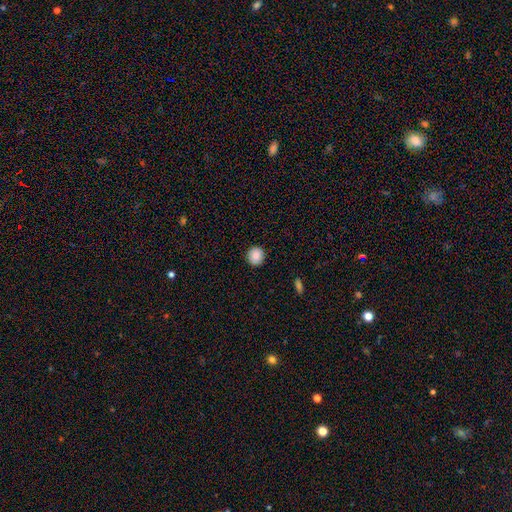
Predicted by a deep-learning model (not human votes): Smooth or featured? smooth (89%)
How rounded? round (90%)
Merging? none (92%)